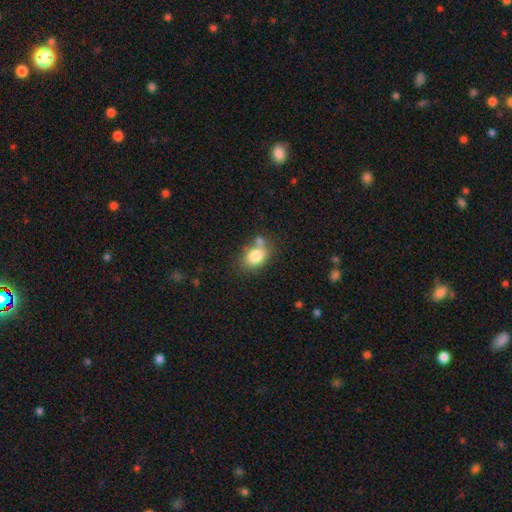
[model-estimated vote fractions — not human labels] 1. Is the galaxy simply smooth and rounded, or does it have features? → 81% smooth, 10% featured or disk, 9% star or artifact.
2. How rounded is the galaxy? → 67% in between, 31% round, 1% cigar-shaped.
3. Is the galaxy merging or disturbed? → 54% none, 23% merger, 17% minor disturbance, 6% major disturbance.